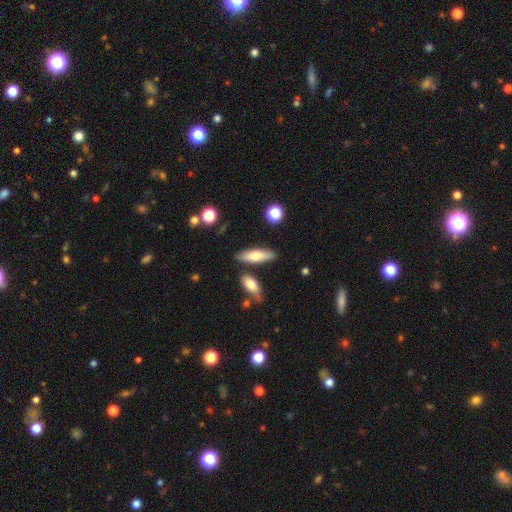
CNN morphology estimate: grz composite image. It shows a smooth galaxy with no disk features (66%) that is cigar-shaped (56%). Merging: none (79%).